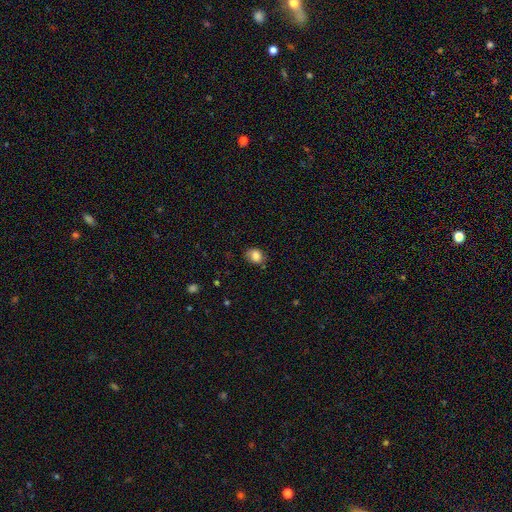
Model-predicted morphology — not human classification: type=smooth (83%); roundness=round (50%); merging=none (74%).